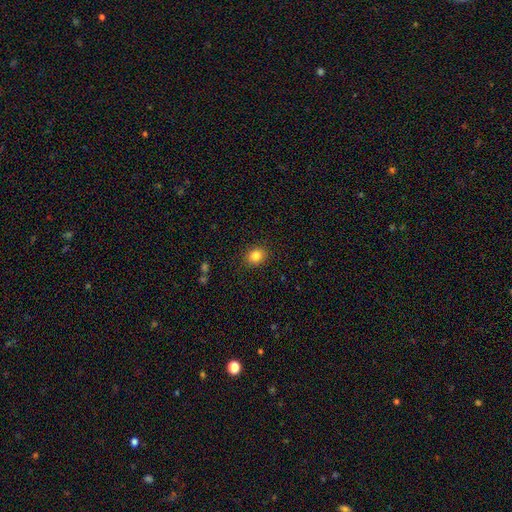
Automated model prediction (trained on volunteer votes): This is clearly a smooth galaxy (83%). How rounded: likely round (64%). Merging: clearly none (89%).